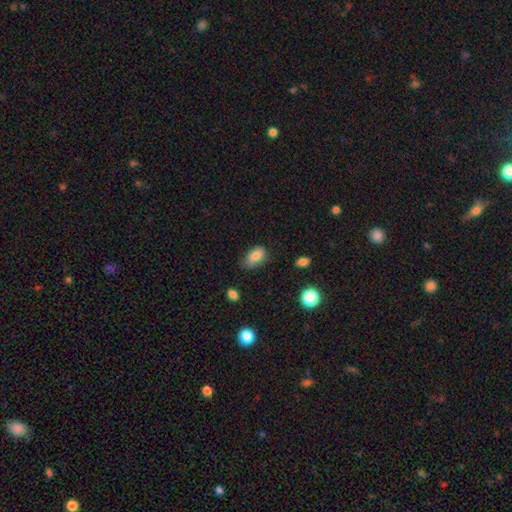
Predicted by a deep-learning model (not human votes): Q: Smooth or featured?
A: smooth (82%); runner-up: featured or disk (10%)
Q: How rounded?
A: in between (90%); runner-up: round (8%)
Q: Merging?
A: none (65%); runner-up: minor disturbance (28%)